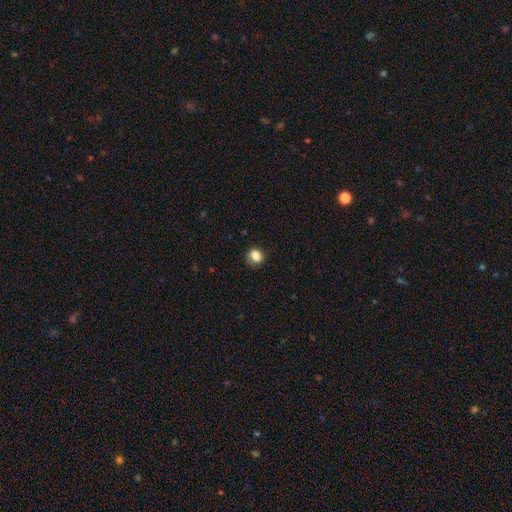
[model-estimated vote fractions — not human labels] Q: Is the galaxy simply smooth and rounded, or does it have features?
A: smooth — 84%.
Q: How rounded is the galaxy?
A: round — 61%.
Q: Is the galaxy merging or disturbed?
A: none — 74%.